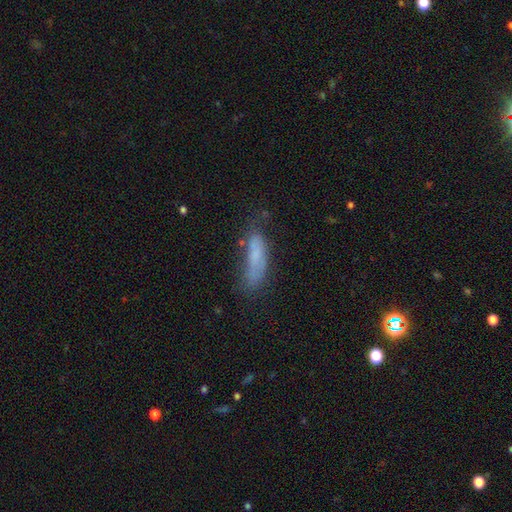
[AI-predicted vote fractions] Smooth or featured? smooth (67%)
How rounded? cigar-shaped (61%)
Merging? none (51%)